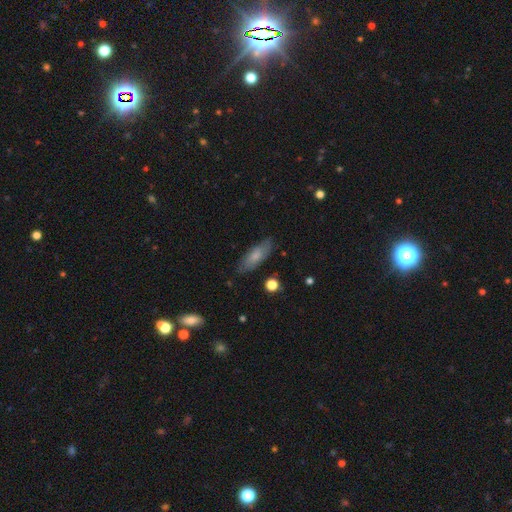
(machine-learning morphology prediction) smooth_or_featured: smooth (p=0.71) [alt: featured or disk p=0.23]
how_rounded: in between (p=0.63) [alt: cigar-shaped p=0.34]
merging: none (p=0.79) [alt: minor disturbance p=0.16]